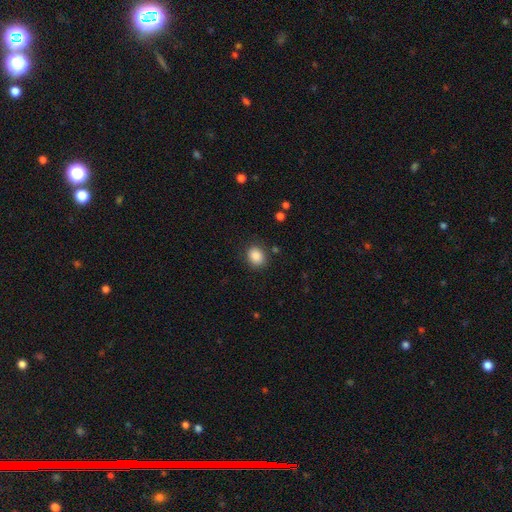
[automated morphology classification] smooth_or_featured: smooth (p=0.87) [alt: star or artifact p=0.09]
how_rounded: round (p=0.57) [alt: in between p=0.42]
merging: none (p=0.86) [alt: minor disturbance p=0.10]